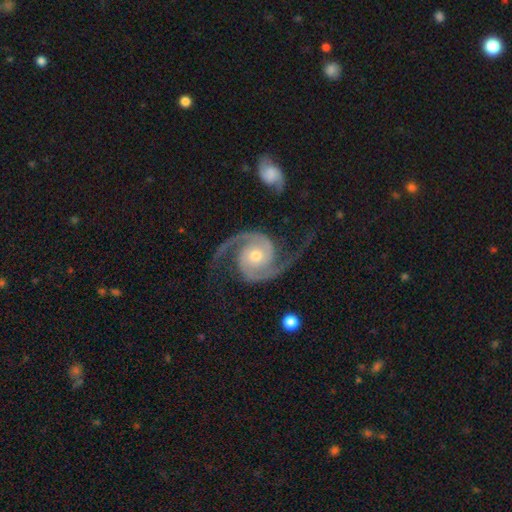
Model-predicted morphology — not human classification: featured or disk 94%, star or artifact 4%, smooth 2%. Down the decision tree: edge-on disk — no (98%); bar — no (71%); spiral arms — yes (99%); spiral arm count — 2 (95%); spiral winding — medium (58%); bulge size — moderate (58%); merging — none (79%).